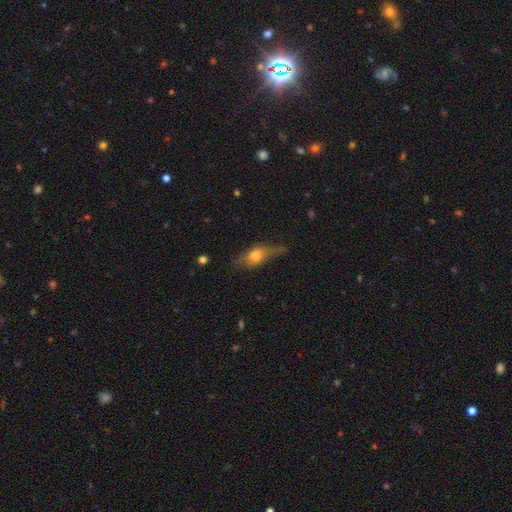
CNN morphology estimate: smooth-or-featured: smooth: 48% | featured or disk: 44% | star or artifact: 9%
  merging: none: 59% | minor disturbance: 27% | major disturbance: 11% | merger: 2%